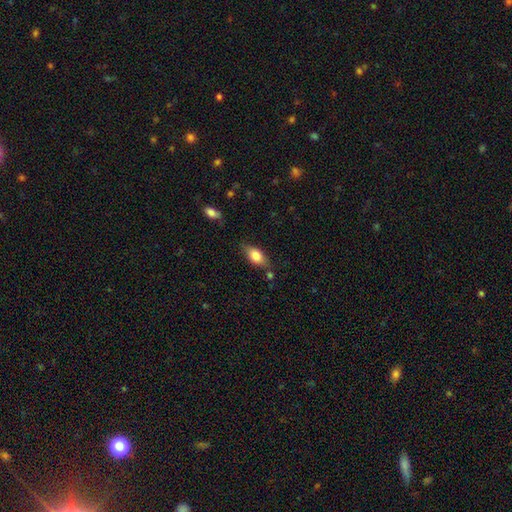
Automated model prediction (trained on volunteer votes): smooth_or_featured: smooth (p=0.80) [alt: featured or disk p=0.13]
how_rounded: in between (p=0.86) [alt: cigar-shaped p=0.08]
merging: none (p=0.72) [alt: minor disturbance p=0.19]